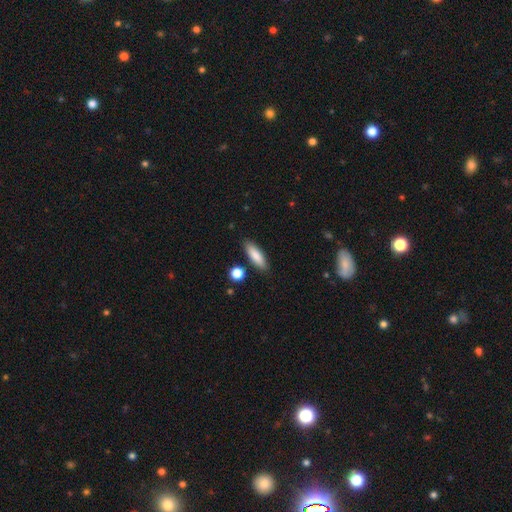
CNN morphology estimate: smooth_or_featured: smooth (p=0.83) [alt: featured or disk p=0.10]
how_rounded: cigar-shaped (p=0.51) [alt: in between p=0.46]
merging: none (p=0.86) [alt: minor disturbance p=0.09]